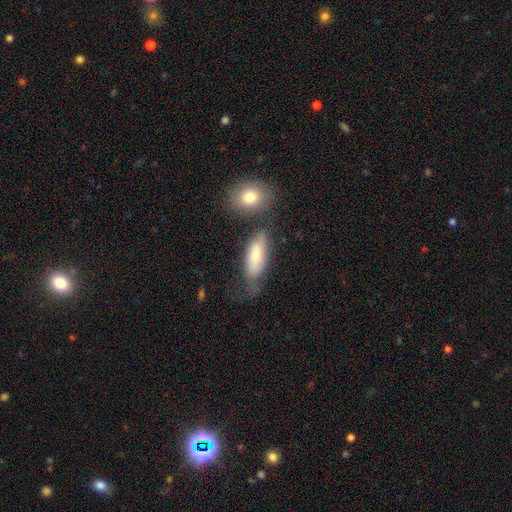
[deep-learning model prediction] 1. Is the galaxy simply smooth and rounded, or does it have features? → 67% smooth, 26% featured or disk, 7% star or artifact.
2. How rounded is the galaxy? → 74% in between, 23% cigar-shaped, 3% round.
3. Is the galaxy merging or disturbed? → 44% none, 28% minor disturbance, 16% major disturbance, 12% merger.